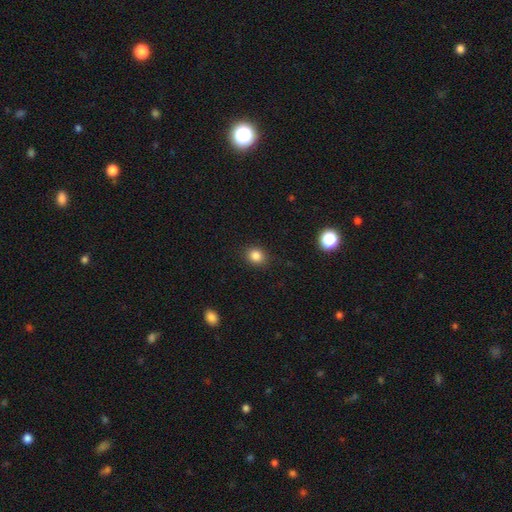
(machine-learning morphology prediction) Smooth or featured?
  - smooth: 84% *
  - star or artifact: 11%
  - featured or disk: 4%
How rounded?
  - round: 65% *
  - in between: 34%
  - cigar-shaped: 1%
Merging?
  - none: 88% *
  - minor disturbance: 8%
  - major disturbance: 2%
  - merger: 1%